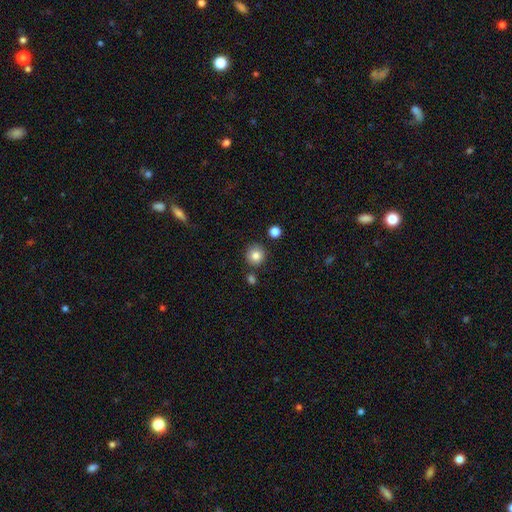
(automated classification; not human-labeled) Q: Smooth or featured?
A: smooth (83%); runner-up: star or artifact (10%)
Q: How rounded?
A: round (93%); runner-up: in between (6%)
Q: Merging?
A: none (85%); runner-up: minor disturbance (8%)